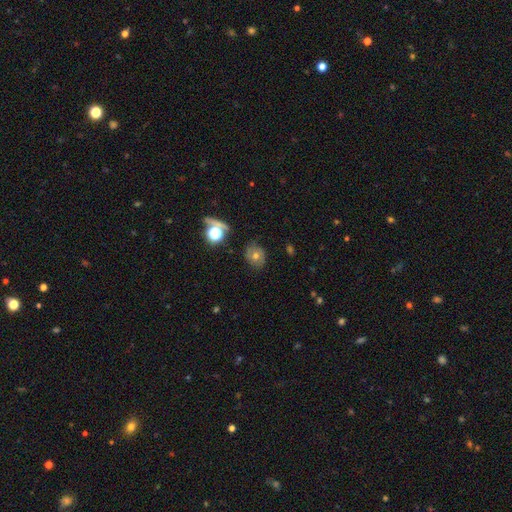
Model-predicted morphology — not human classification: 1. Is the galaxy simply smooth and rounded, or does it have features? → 46% smooth, 35% featured or disk, 19% star or artifact.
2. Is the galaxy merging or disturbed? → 79% none, 14% minor disturbance, 5% major disturbance, 2% merger.